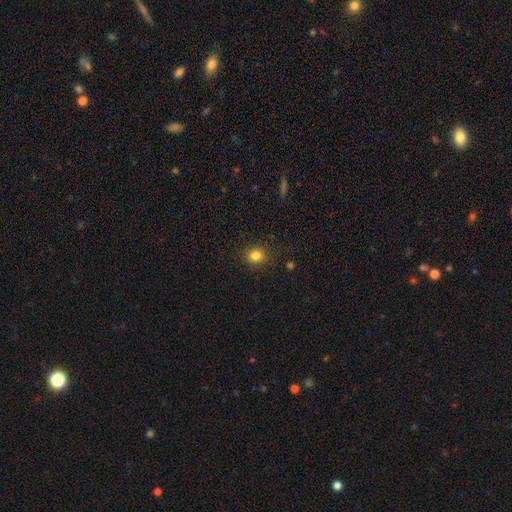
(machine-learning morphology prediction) smooth 83%, star or artifact 12%, featured or disk 5%. Down the decision tree: how rounded — round (74%); merging — none (88%).